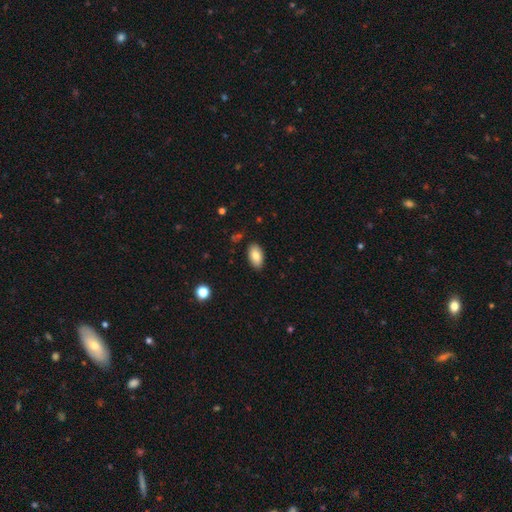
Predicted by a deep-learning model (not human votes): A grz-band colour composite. It shows a smooth galaxy with no disk features (81%) that is in between round and cigar-shaped (94%). Merging: none (87%).